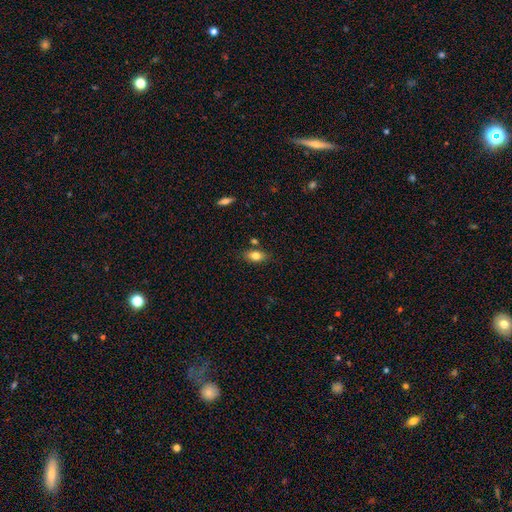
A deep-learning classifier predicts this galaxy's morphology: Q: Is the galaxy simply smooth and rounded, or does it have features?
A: smooth — 79%.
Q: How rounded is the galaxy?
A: in between — 86%.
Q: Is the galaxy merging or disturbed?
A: none — 78%.